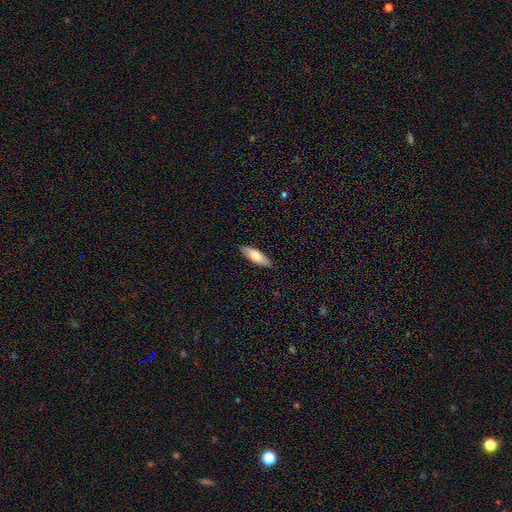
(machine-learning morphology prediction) Smooth or featured?
  - smooth: 75% *
  - featured or disk: 19%
  - star or artifact: 6%
How rounded?
  - in between: 59% *
  - cigar-shaped: 39%
  - round: 2%
Merging?
  - none: 88% *
  - minor disturbance: 9%
  - major disturbance: 2%
  - merger: 1%